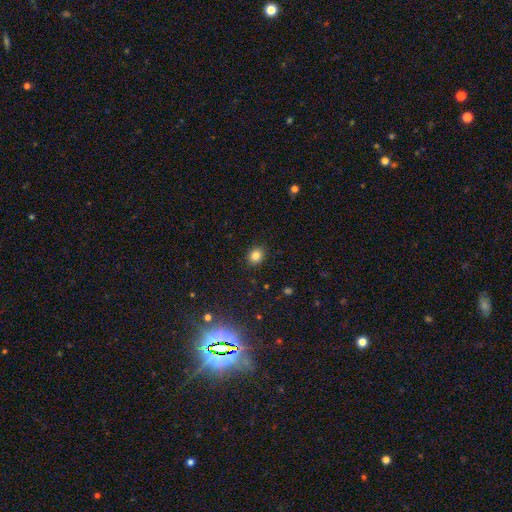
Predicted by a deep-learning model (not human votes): Smooth or featured? smooth (82%)
How rounded? round (69%)
Merging? none (90%)